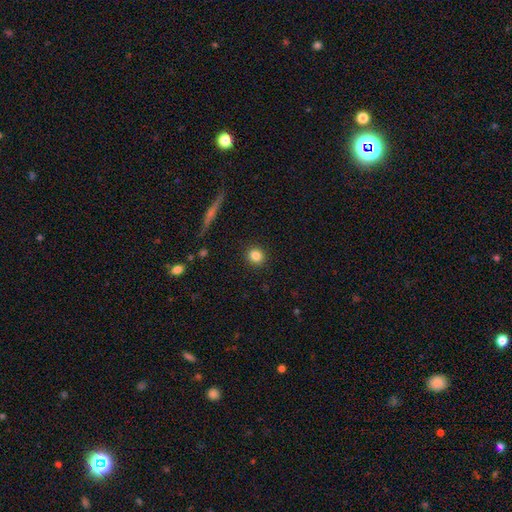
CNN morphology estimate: smooth-or-featured: smooth: 84% | star or artifact: 11% | featured or disk: 6%
  how-rounded: round: 89% | in between: 9% | cigar-shaped: 1%
  merging: none: 91% | minor disturbance: 6% | major disturbance: 2% | merger: 1%